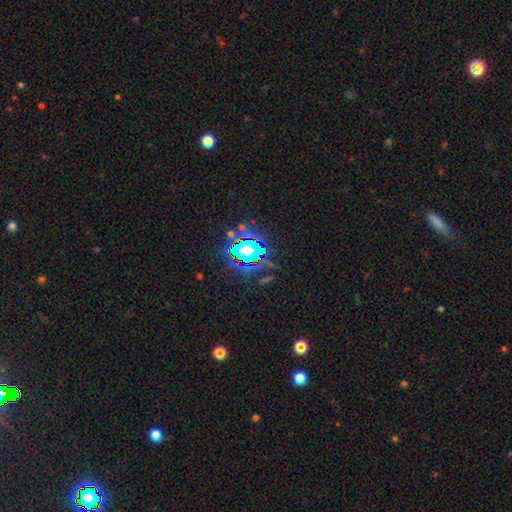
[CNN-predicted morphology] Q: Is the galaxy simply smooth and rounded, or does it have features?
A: star or artifact — 79%.